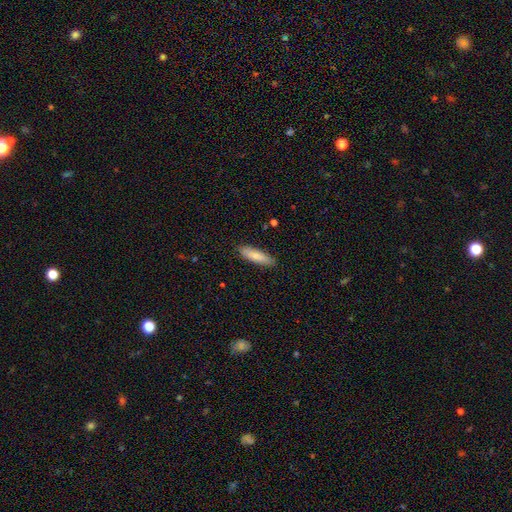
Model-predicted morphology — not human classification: Smooth or featured? smooth (80%)
How rounded? cigar-shaped (61%)
Merging? none (87%)